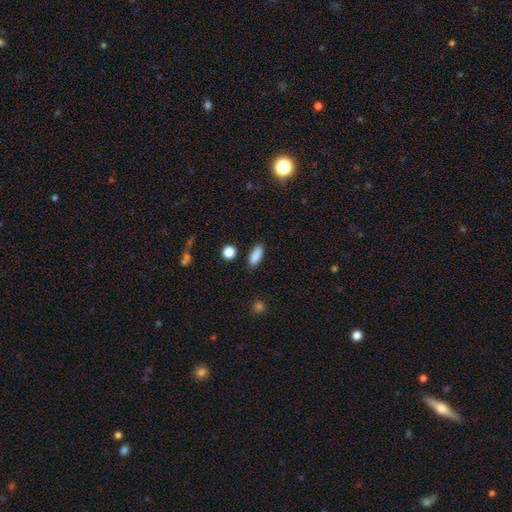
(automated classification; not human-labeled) smooth-or-featured: smooth: 88% | star or artifact: 8% | featured or disk: 4%
  how-rounded: in between: 75% | cigar-shaped: 21% | round: 4%
  merging: none: 85% | minor disturbance: 10% | major disturbance: 3% | merger: 2%